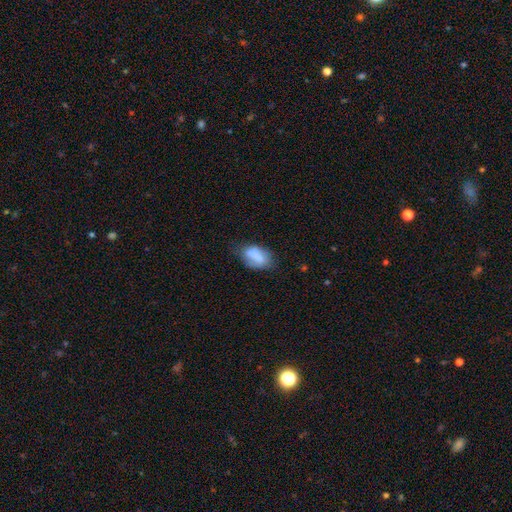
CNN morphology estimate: This appears to be a smooth galaxy with no disk features (70%) that is in between round and cigar-shaped (84%). Merging: none (41%).